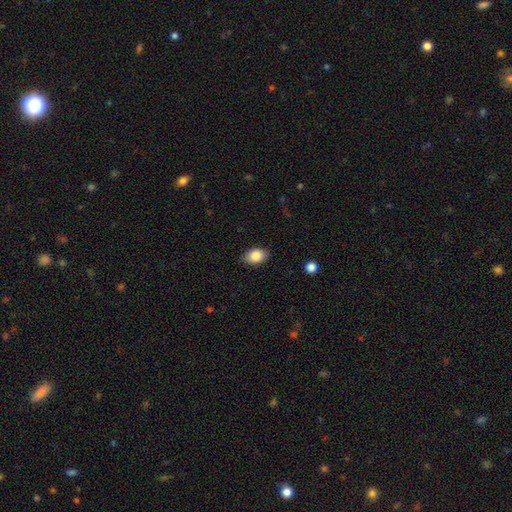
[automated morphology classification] Smooth or featured?
  - smooth: 86% *
  - star or artifact: 8%
  - featured or disk: 6%
How rounded?
  - in between: 84% *
  - round: 14%
  - cigar-shaped: 1%
Merging?
  - none: 85% *
  - minor disturbance: 12%
  - major disturbance: 3%
  - merger: 1%